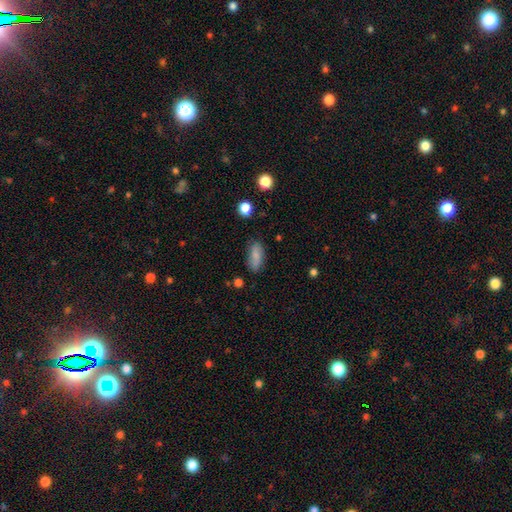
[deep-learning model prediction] Q: Smooth or featured?
A: smooth (81%); runner-up: featured or disk (11%)
Q: How rounded?
A: in between (83%); runner-up: cigar-shaped (14%)
Q: Merging?
A: none (74%); runner-up: minor disturbance (19%)